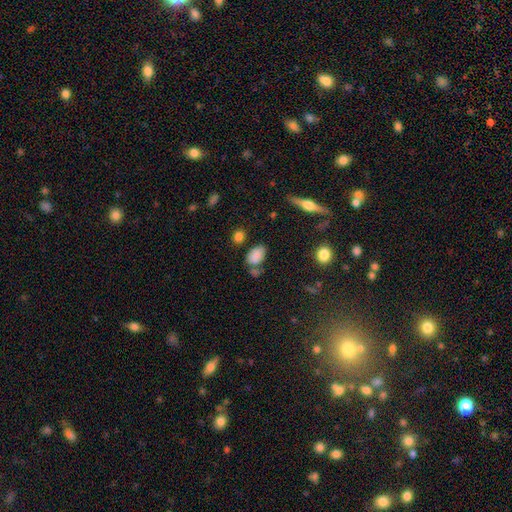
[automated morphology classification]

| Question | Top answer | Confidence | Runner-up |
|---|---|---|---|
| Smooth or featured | smooth | 80% | star or artifact (11%) |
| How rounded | in between | 89% | round (9%) |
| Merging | none | 57% | minor disturbance (20%) |